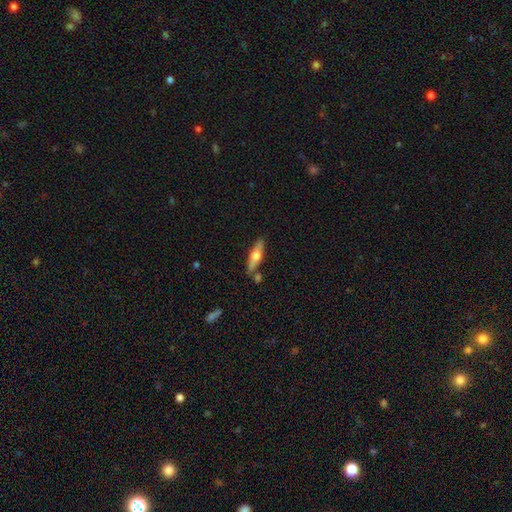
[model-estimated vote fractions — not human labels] Smooth or featured?
  - featured or disk: 54% *
  - smooth: 41%
  - star or artifact: 6%
Edge-on disk?
  - yes: 93% *
  - no: 7%
Edge-on bulge?
  - rounded: 92% *
  - boxy: 5%
  - none: 3%
Merging?
  - none: 80% *
  - minor disturbance: 11%
  - merger: 7%
  - major disturbance: 3%